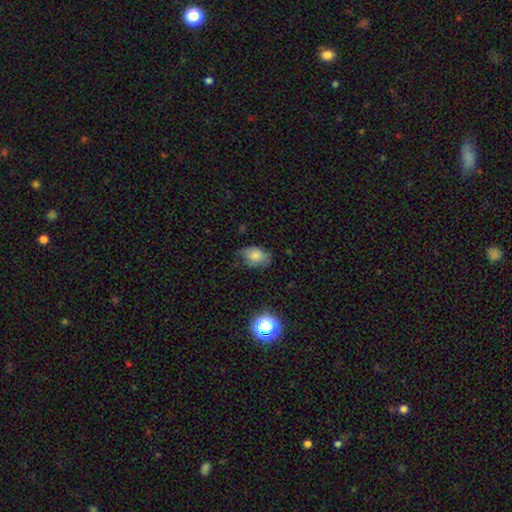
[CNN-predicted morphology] smooth-or-featured: smooth: 76% | featured or disk: 12% | star or artifact: 11%
  how-rounded: in between: 78% | round: 21% | cigar-shaped: 1%
  merging: none: 58% | minor disturbance: 32% | major disturbance: 9% | merger: 2%